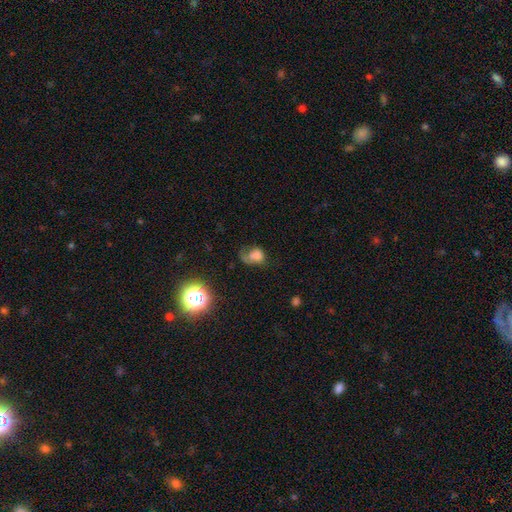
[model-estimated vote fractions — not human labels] Smooth or featured?
  - smooth: 61% *
  - featured or disk: 20%
  - star or artifact: 19%
How rounded?
  - in between: 63% *
  - round: 36%
  - cigar-shaped: 2%
Merging?
  - major disturbance: 41% *
  - none: 27%
  - minor disturbance: 22%
  - merger: 11%